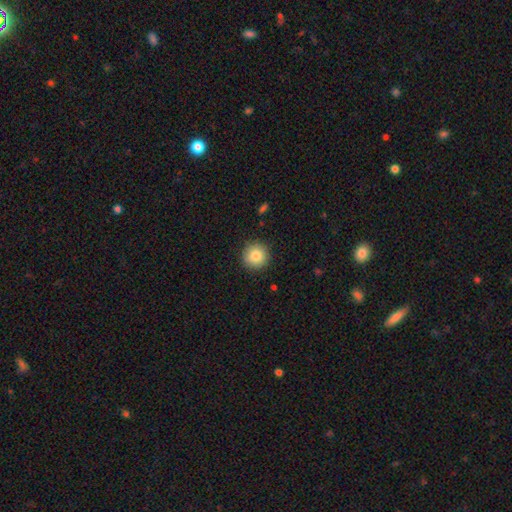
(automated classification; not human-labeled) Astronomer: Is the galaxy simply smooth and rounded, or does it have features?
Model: smooth — 86%.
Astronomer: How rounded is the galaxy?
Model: round — 95%.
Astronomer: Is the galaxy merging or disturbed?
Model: none — 90%.